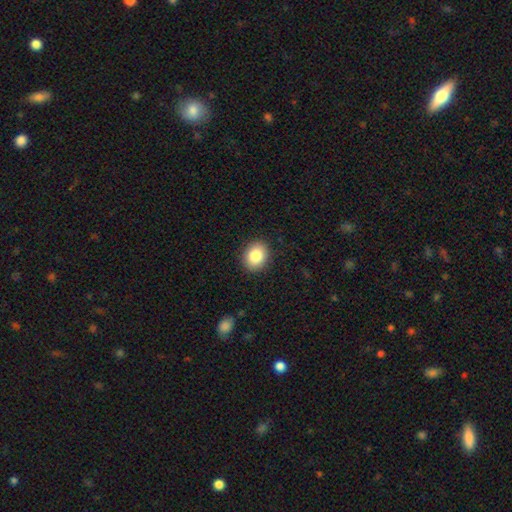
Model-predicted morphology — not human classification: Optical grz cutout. It shows a smooth galaxy with no disk features (86%) that is round (57%). Merging: none (90%).